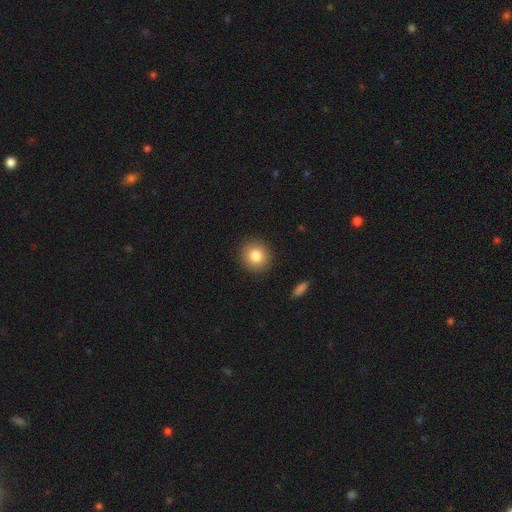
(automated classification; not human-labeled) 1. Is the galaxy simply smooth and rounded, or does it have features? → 84% smooth, 9% star or artifact, 8% featured or disk.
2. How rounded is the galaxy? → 89% round, 10% in between, 1% cigar-shaped.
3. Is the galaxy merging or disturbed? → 90% none, 6% minor disturbance, 2% major disturbance, 1% merger.